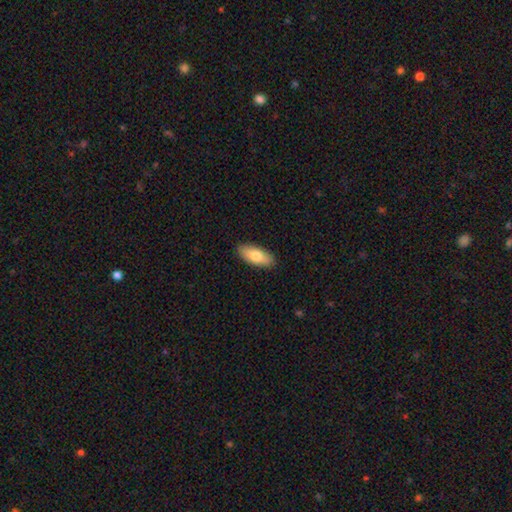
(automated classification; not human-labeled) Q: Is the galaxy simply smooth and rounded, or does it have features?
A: smooth — 78%.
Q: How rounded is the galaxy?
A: in between — 83%.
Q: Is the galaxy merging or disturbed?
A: none — 89%.